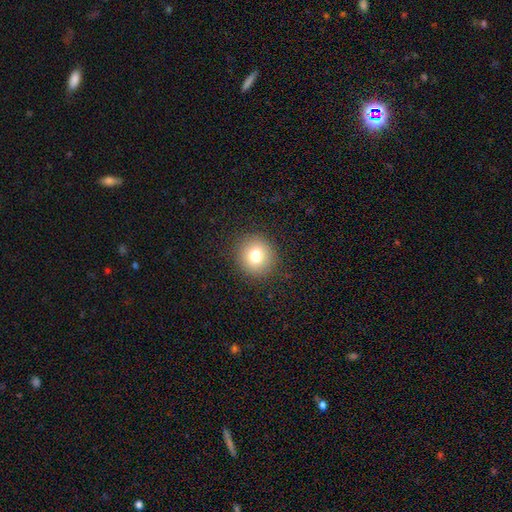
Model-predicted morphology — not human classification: Q: Smooth or featured?
A: smooth (78%); runner-up: star or artifact (12%)
Q: How rounded?
A: round (92%); runner-up: in between (7%)
Q: Merging?
A: none (90%); runner-up: minor disturbance (6%)